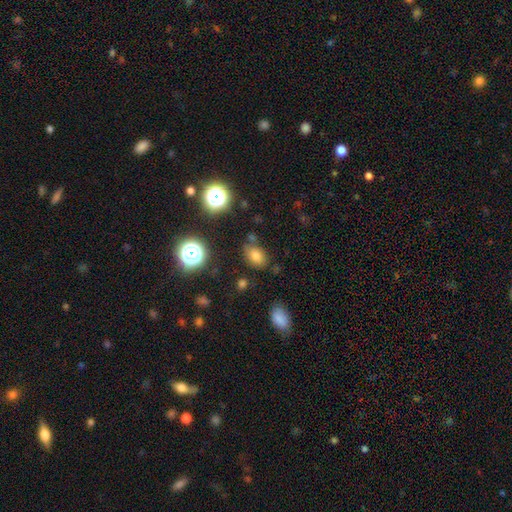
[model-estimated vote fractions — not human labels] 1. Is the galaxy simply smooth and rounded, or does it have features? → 75% smooth, 16% star or artifact, 9% featured or disk.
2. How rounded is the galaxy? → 77% in between, 21% round, 2% cigar-shaped.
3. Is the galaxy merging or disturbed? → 73% none, 17% minor disturbance, 6% merger, 5% major disturbance.